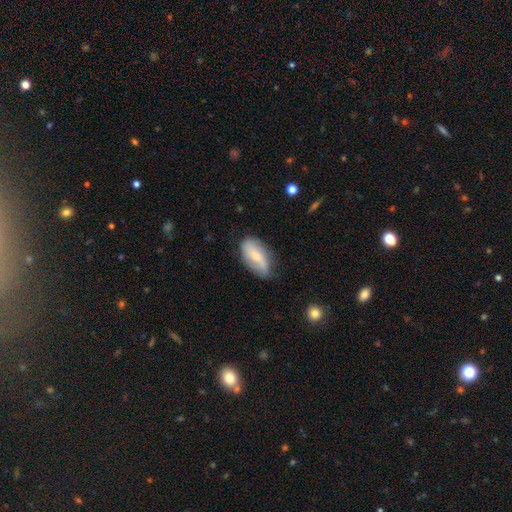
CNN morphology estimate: A smooth galaxy with no disk features (63%) that is in between round and cigar-shaped (89%). Merging: none (67%).